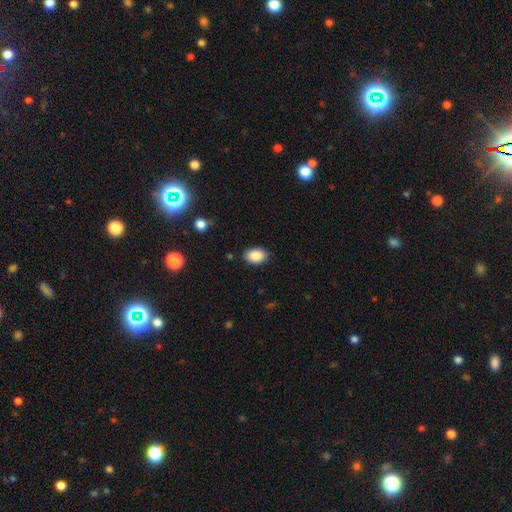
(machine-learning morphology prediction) This is clearly a smooth galaxy (89%). How rounded: clearly in between (84%). Merging: clearly none (86%).